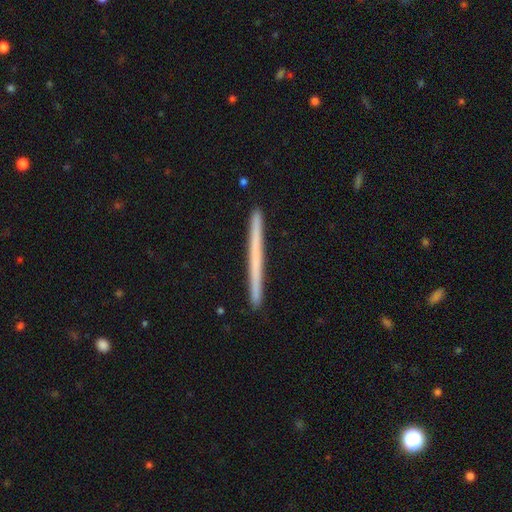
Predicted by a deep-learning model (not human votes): Morphology: type=smooth (48%); merging=none (93%).